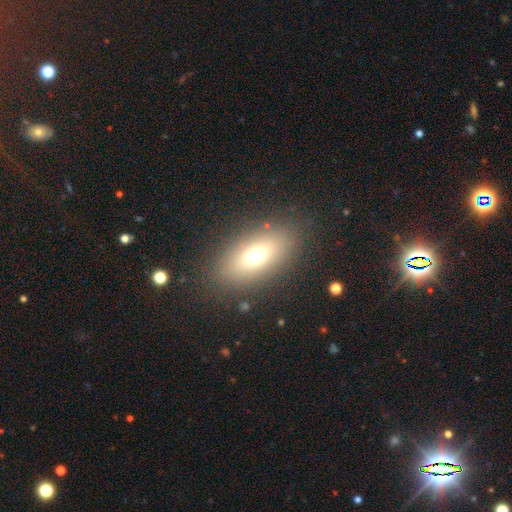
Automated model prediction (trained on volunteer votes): Smooth or featured?
  - smooth: 68% *
  - featured or disk: 19%
  - star or artifact: 13%
How rounded?
  - in between: 83% *
  - round: 9%
  - cigar-shaped: 8%
Merging?
  - none: 84% *
  - minor disturbance: 9%
  - major disturbance: 5%
  - merger: 1%